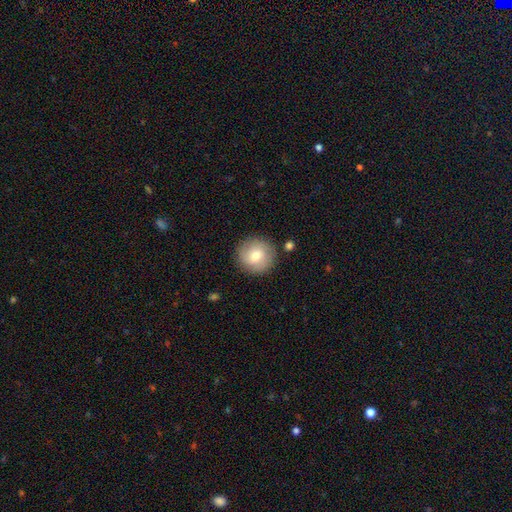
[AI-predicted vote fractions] This is likely a smooth galaxy (73%). How rounded: clearly round (94%). Merging: clearly none (87%).